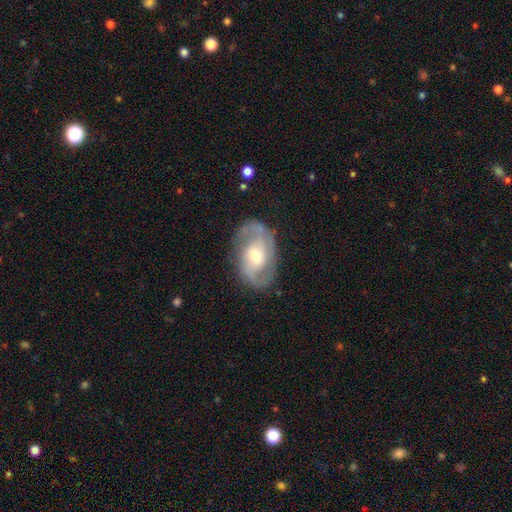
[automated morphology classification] Smooth or featured: featured or disk — 77% (smooth — 17%)
Edge-on disk: no — 96% (yes — 4%)
Bar: weak — 46% (no — 40%)
Spiral arms: yes — 88% (no — 12%)
Spiral winding: medium — 47% (tight — 35%)
Spiral arm count: 2 — 78% (can't tell — 13%)
Bulge size: moderate — 62% (small — 28%)
Merging: none — 75% (minor disturbance — 17%)